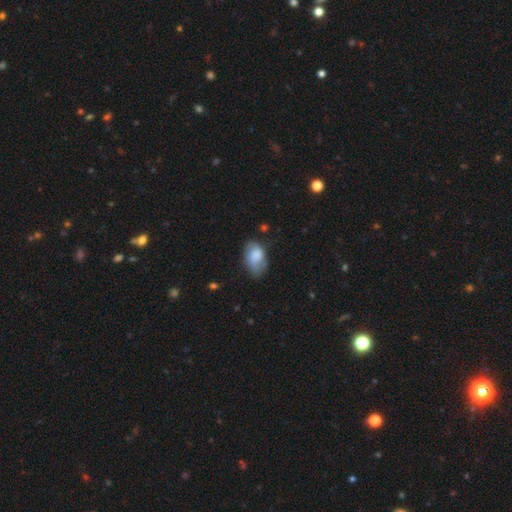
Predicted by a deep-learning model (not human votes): smooth-or-featured: smooth: 70% | featured or disk: 22% | star or artifact: 7%
  how-rounded: in between: 89% | round: 9% | cigar-shaped: 1%
  merging: none: 50% | minor disturbance: 34% | major disturbance: 13% | merger: 3%